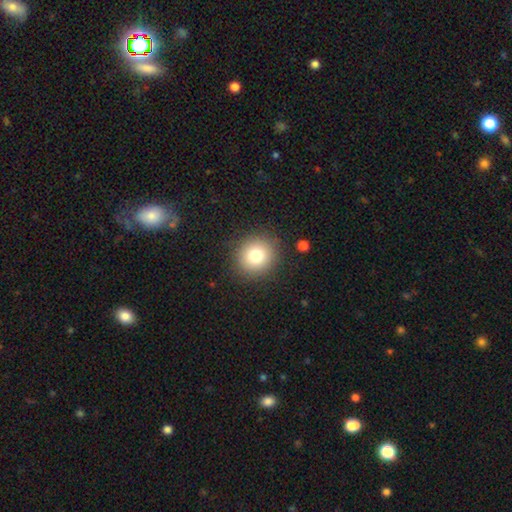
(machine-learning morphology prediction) Overall: smooth (78%). How rounded: round (88%). Merging: none (88%).